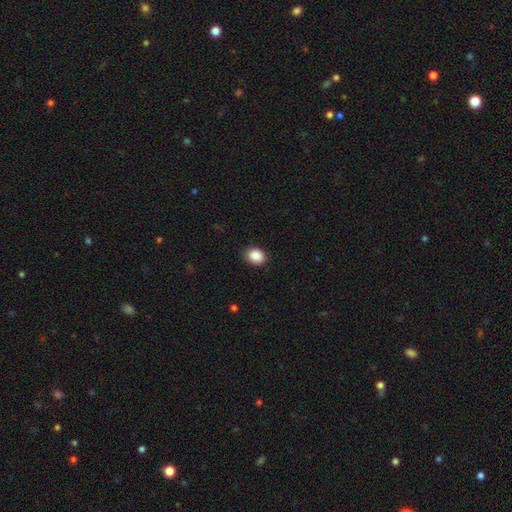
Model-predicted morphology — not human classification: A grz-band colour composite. It shows a smooth galaxy with no disk features (89%) that is in between round and cigar-shaped (52%). Merging: none (89%).